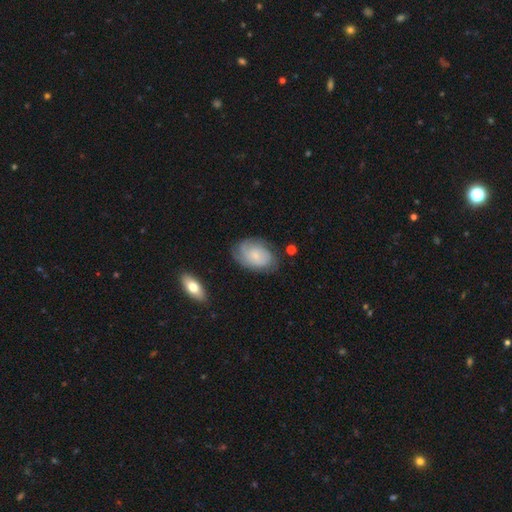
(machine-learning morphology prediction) Smooth or featured? Predicted: featured or disk (p=0.62). Edge-on disk? Predicted: no (p=0.96). Bar? Predicted: no (p=0.79). Spiral arms? Predicted: yes (p=0.89). Spiral winding? Predicted: tight (p=0.63). Spiral arm count? Predicted: can't tell (p=0.42). Bulge size? Predicted: small (p=0.74). Merging? Predicted: none (p=0.69).